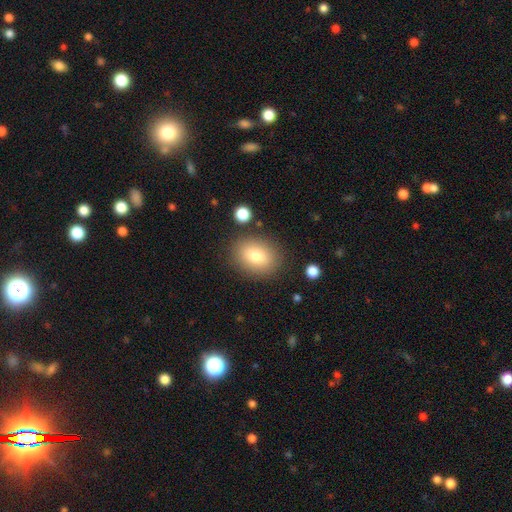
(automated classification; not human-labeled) A smooth galaxy with no disk features (79%) that is in between round and cigar-shaped (64%).

Vote fractions:
- Smooth or featured? smooth: 79% / featured or disk: 12% / star or artifact: 10%
- How rounded? in between: 64% / round: 35% / cigar-shaped: 1%
- Merging? none: 84% / minor disturbance: 10% / major disturbance: 3% / merger: 3%